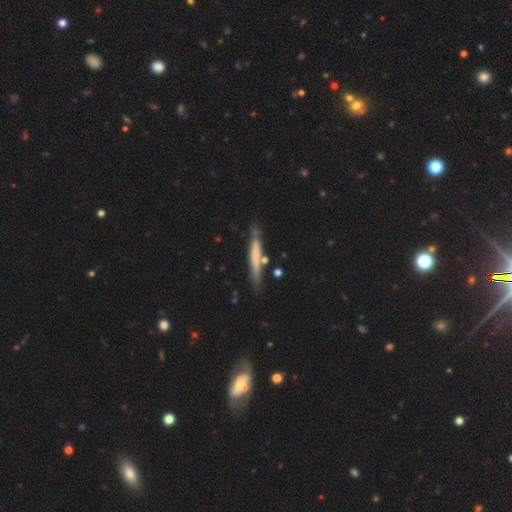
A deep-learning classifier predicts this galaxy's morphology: type=smooth (55%); roundness=cigar-shaped (94%); merging=none (74%).